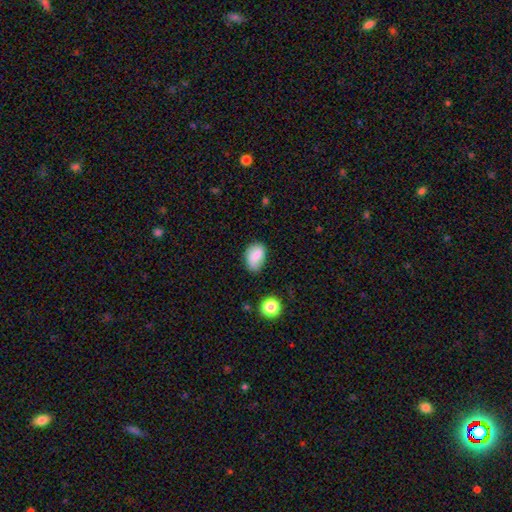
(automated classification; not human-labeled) This is clearly a smooth galaxy (82%). How rounded: clearly in between (83%). Merging: likely none (62%).